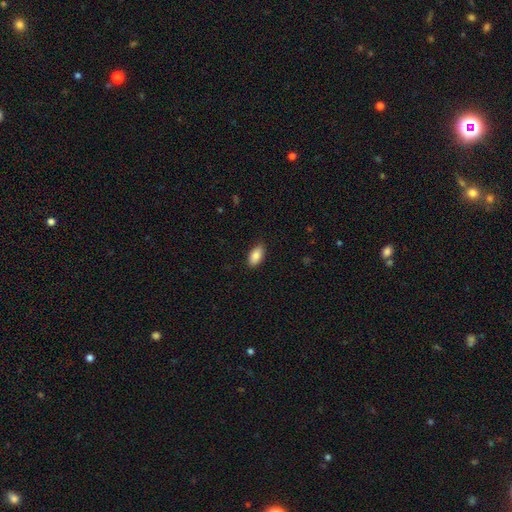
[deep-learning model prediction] Smooth or featured: smooth — 86% (featured or disk — 7%)
How rounded: in between — 92% (cigar-shaped — 4%)
Merging: none — 85% (minor disturbance — 12%)